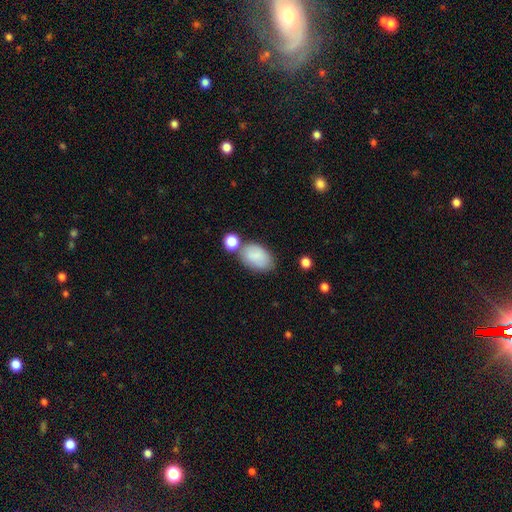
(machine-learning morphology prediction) A smooth galaxy with no disk features (84%) that is in between round and cigar-shaped (91%). Merging: none (56%).